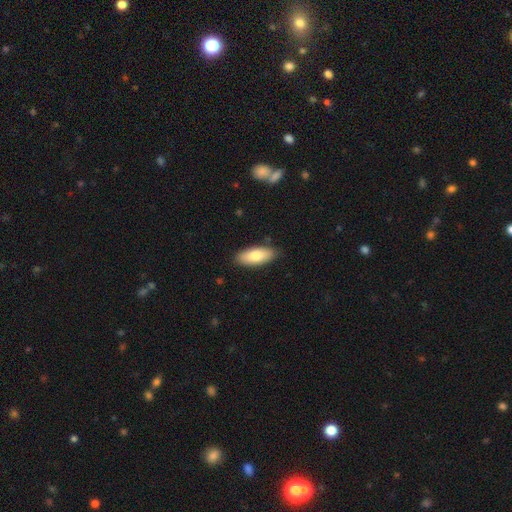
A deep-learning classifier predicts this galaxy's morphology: A smooth galaxy with no disk features (78%) that is in between round and cigar-shaped (81%). Merging: none (86%).